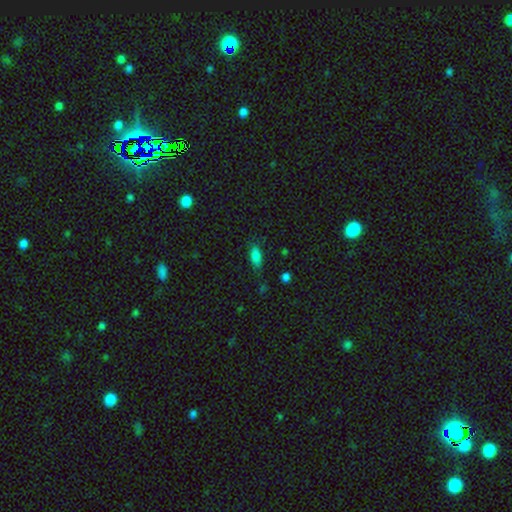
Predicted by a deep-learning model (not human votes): The model was most divided on "merging": none: 73%, minor disturbance: 19%, major disturbance: 5%, merger: 2%. More confident: how rounded — in between (82%); smooth or featured — smooth (82%).